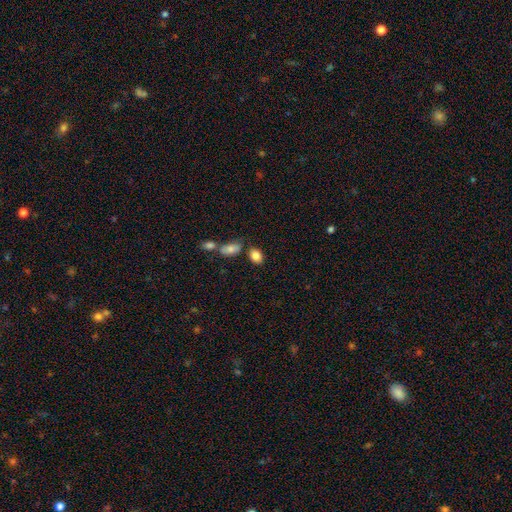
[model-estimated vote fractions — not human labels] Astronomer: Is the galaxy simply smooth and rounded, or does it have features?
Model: smooth — 84%.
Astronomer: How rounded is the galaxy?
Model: in between — 82%.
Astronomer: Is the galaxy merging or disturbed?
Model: none — 69%.